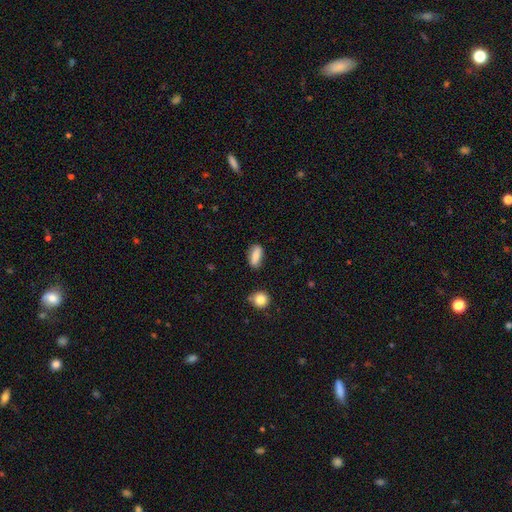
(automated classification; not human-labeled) smooth 83%, featured or disk 10%, star or artifact 7%. Down the decision tree: how rounded — in between (78%); merging — none (81%).